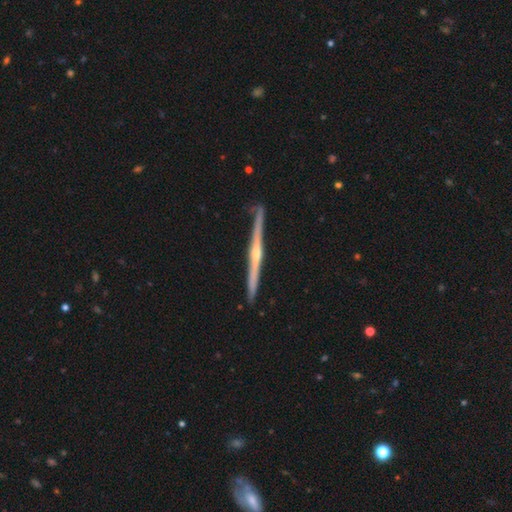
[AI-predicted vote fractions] smooth-or-featured: featured or disk: 83% | smooth: 12% | star or artifact: 5%
  disk-edge-on: yes: 98% | no: 2%
    edge-on-bulge: rounded: 78% | none: 17% | boxy: 6%
  merging: none: 88% | minor disturbance: 9% | major disturbance: 2% | merger: 1%